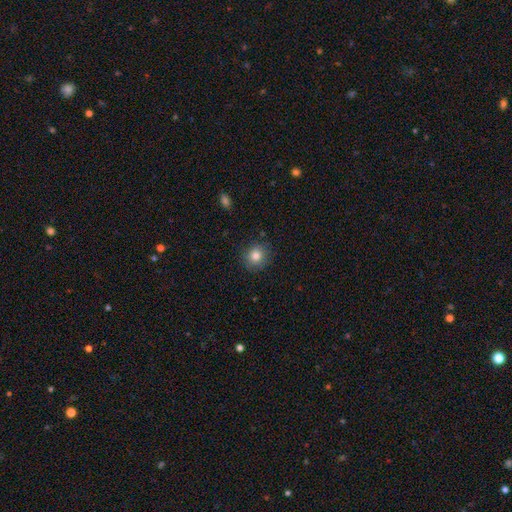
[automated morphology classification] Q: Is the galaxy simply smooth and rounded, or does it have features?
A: smooth — 82%.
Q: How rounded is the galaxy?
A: round — 87%.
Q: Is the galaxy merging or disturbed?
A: none — 87%.